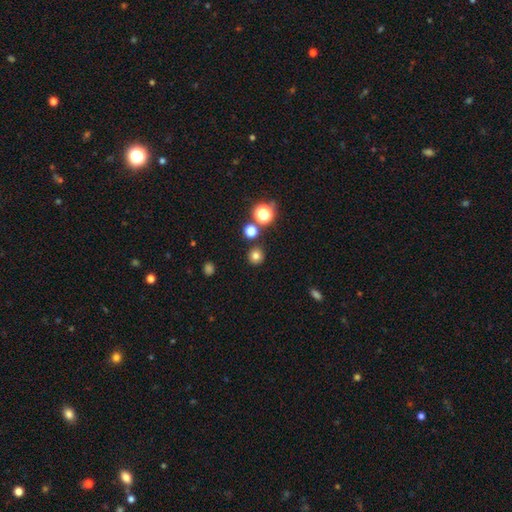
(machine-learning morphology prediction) smooth 76%, star or artifact 18%, featured or disk 6%. Down the decision tree: how rounded — round (93%); merging — none (87%).